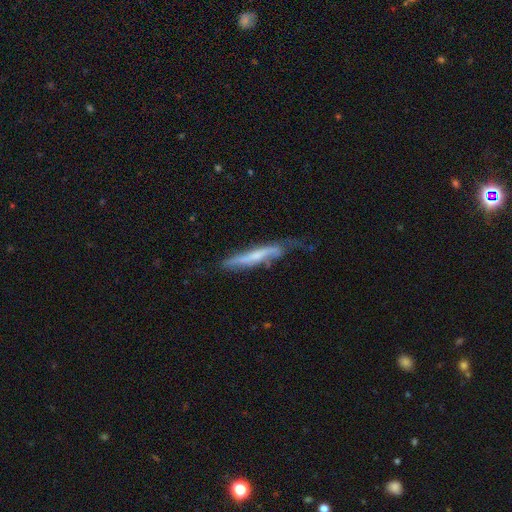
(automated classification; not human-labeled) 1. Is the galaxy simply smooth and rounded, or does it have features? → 61% featured or disk, 32% smooth, 6% star or artifact.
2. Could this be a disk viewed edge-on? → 70% yes, 30% no.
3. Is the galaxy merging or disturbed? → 47% none, 34% minor disturbance, 15% major disturbance, 3% merger.